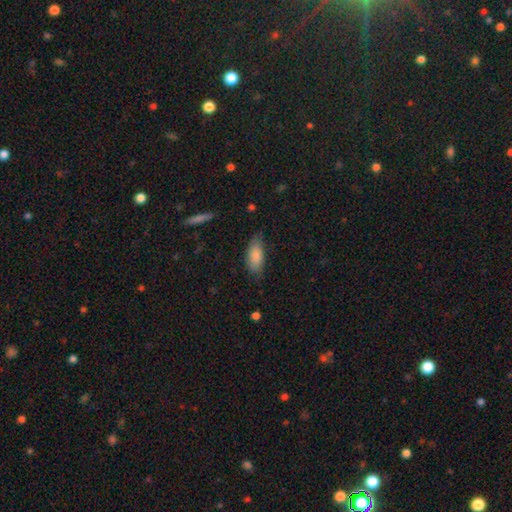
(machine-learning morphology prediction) A smooth galaxy with no disk features (84%) that is in between round and cigar-shaped (85%).

Vote fractions:
- Smooth or featured? smooth: 84% / featured or disk: 9% / star or artifact: 6%
- How rounded? in between: 85% / cigar-shaped: 13% / round: 2%
- Merging? none: 69% / minor disturbance: 25% / major disturbance: 5% / merger: 1%